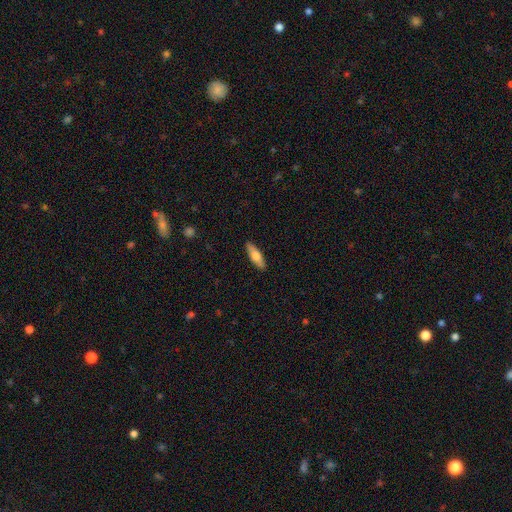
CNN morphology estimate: Smooth or featured: smooth — 66% (featured or disk — 28%)
How rounded: cigar-shaped — 50% (in between — 47%)
Merging: none — 90% (minor disturbance — 8%)